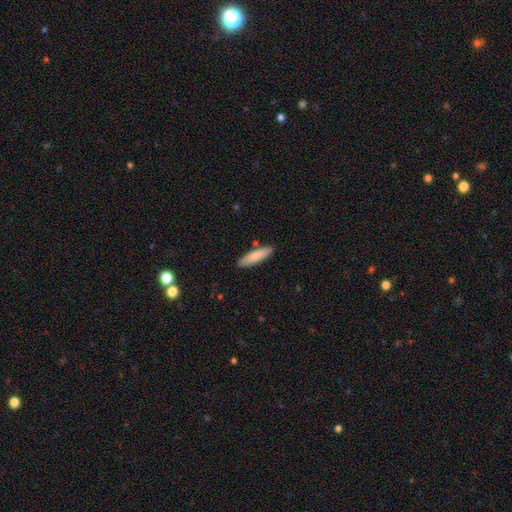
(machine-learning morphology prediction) type=smooth (82%); roundness=cigar-shaped (62%); merging=none (86%).